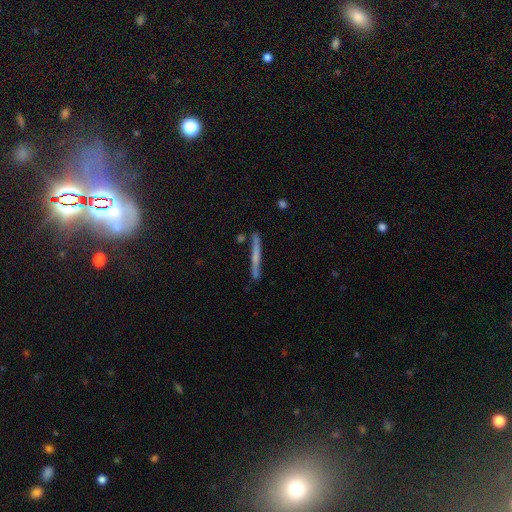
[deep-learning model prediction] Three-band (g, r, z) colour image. It shows a featured or disk galaxy (50%). Merging: none (82%).